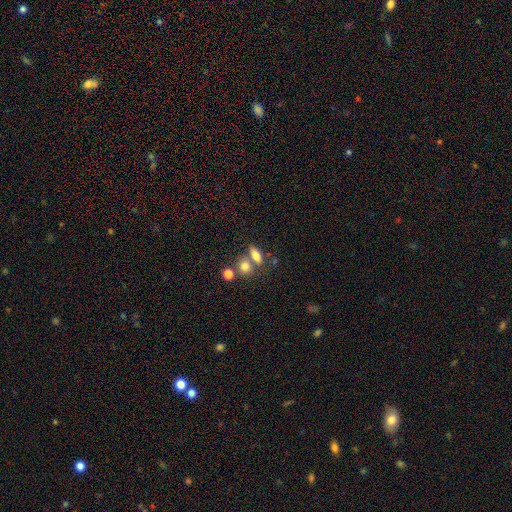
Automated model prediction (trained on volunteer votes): Smooth or featured? smooth (74%)
How rounded? in between (67%)
Merging? none (52%)